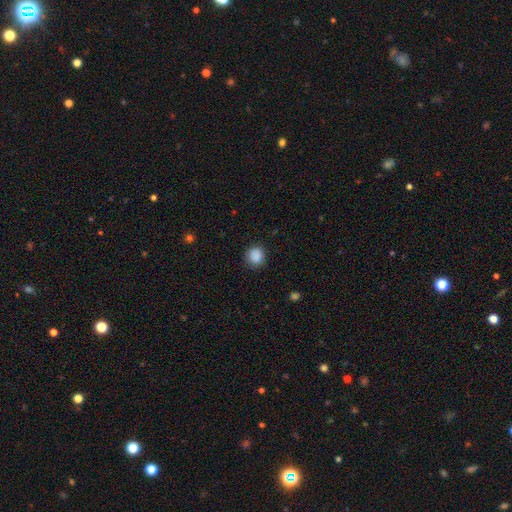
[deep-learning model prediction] Smooth or featured: smooth — 88% (star or artifact — 9%)
How rounded: round — 87% (in between — 12%)
Merging: none — 85% (minor disturbance — 11%)